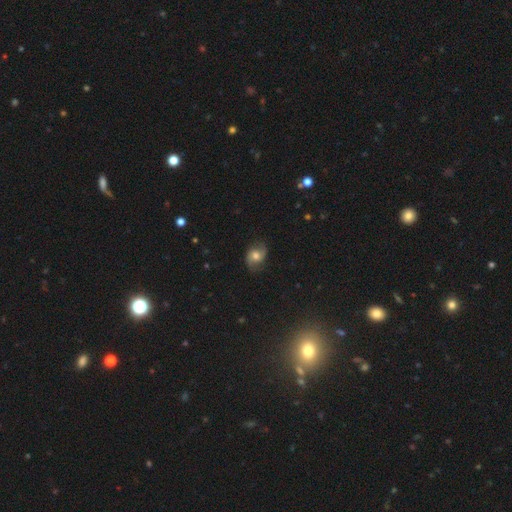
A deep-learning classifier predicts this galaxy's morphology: Smooth or featured: featured or disk — 48% (smooth — 42%)
Merging: none — 71% (minor disturbance — 21%)